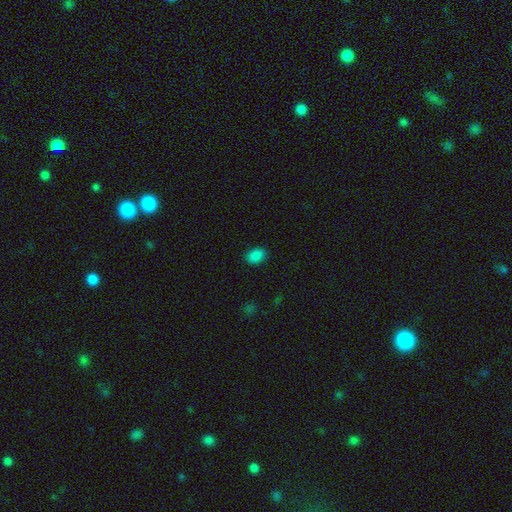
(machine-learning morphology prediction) Overall: smooth (86%). How rounded: in between (76%). Merging: none (87%).